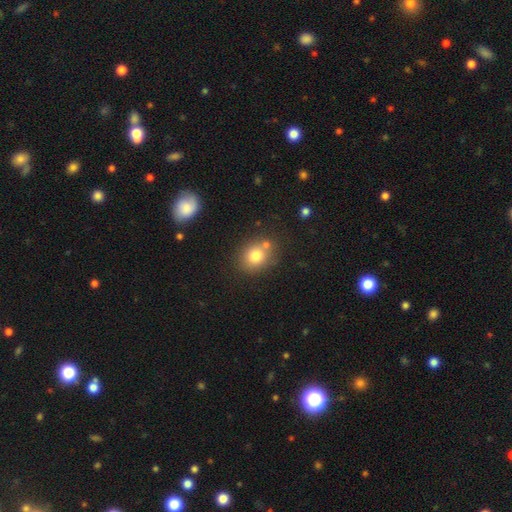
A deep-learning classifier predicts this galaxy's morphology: Smooth or featured? smooth (78%)
How rounded? round (61%)
Merging? none (67%)